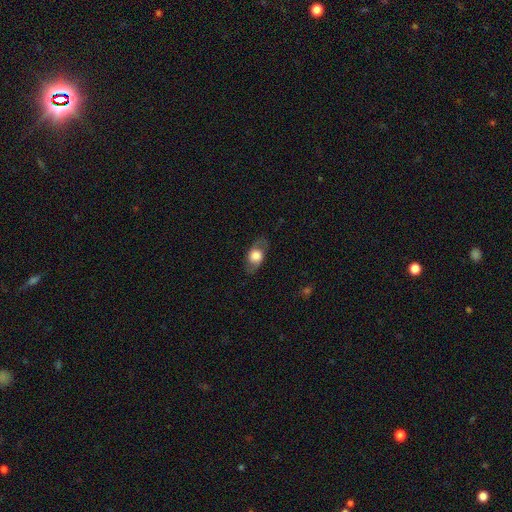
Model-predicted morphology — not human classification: This appears to be a smooth galaxy with no disk features (57%) that is in between round and cigar-shaped (74%). Merging: none (77%).